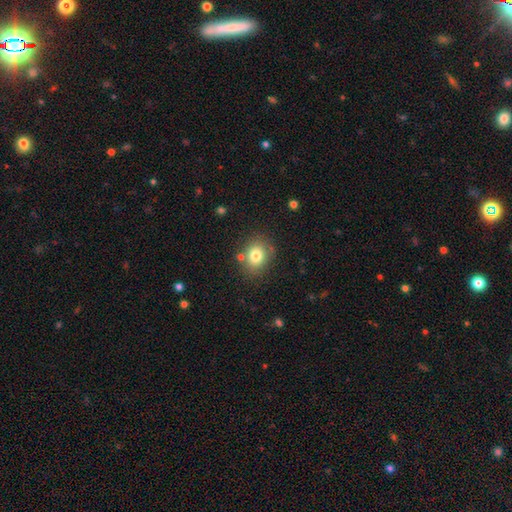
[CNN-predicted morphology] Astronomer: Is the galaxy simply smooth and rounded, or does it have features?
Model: smooth — 79%.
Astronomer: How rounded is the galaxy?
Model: round — 57% (runner-up: in between, 43%).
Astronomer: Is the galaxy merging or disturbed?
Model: none — 78%.